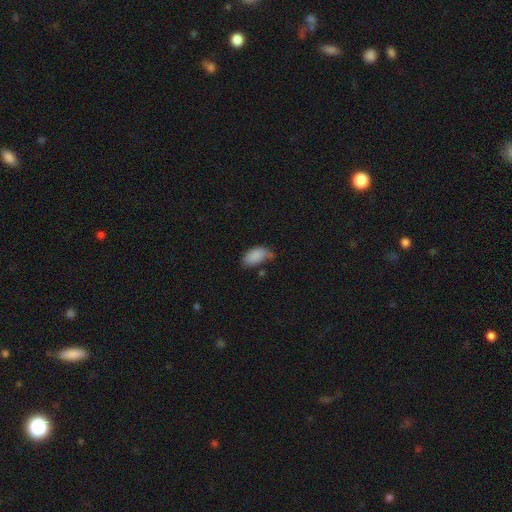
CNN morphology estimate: smooth 86%, star or artifact 8%, featured or disk 6%. Down the decision tree: how rounded — in between (94%); merging — none (47%).